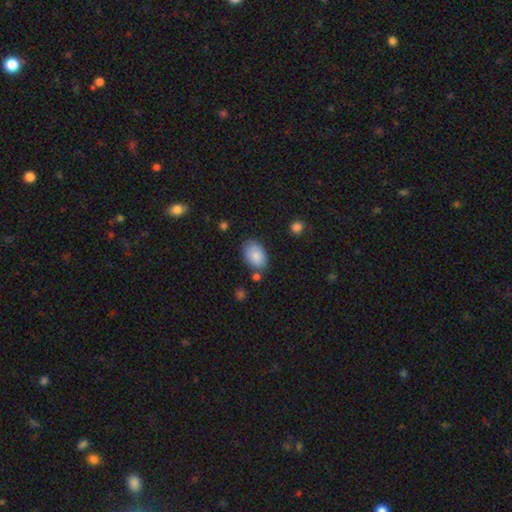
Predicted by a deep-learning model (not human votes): A smooth galaxy with no disk features (86%) that is in between round and cigar-shaped (91%).

Vote fractions:
- Smooth or featured? smooth: 86% / featured or disk: 7% / star or artifact: 7%
- How rounded? in between: 91% / round: 8% / cigar-shaped: 1%
- Merging? none: 74% / minor disturbance: 16% / merger: 5% / major disturbance: 4%